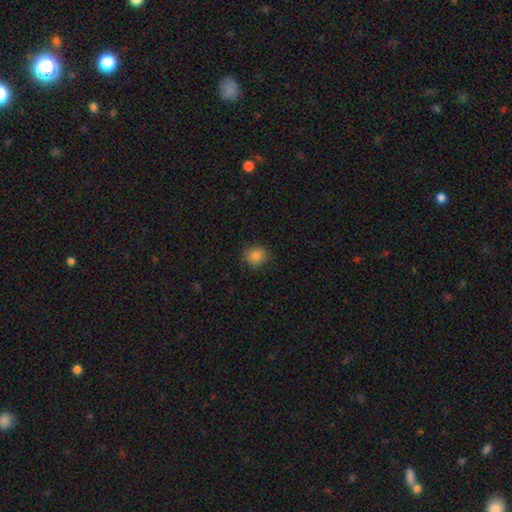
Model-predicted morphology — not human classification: Overall: smooth (84%). How rounded: round (83%). Merging: none (86%).